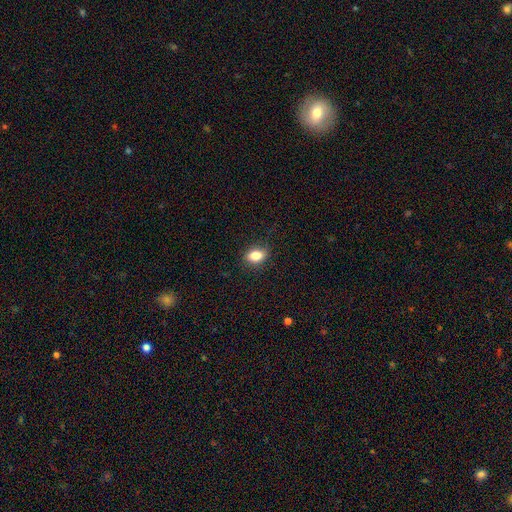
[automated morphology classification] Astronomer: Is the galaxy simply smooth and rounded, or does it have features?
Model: smooth — 84%.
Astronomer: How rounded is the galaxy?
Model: in between — 80%.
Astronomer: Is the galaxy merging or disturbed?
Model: none — 85%.